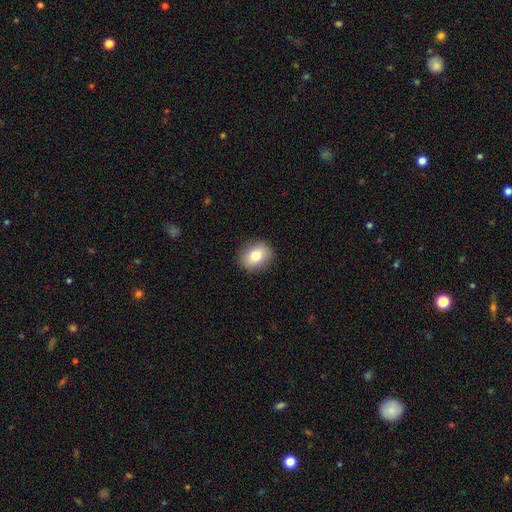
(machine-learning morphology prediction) Smooth or featured? Predicted: smooth (p=0.79). How rounded? Predicted: round (p=0.50). Merging? Predicted: none (p=0.89).